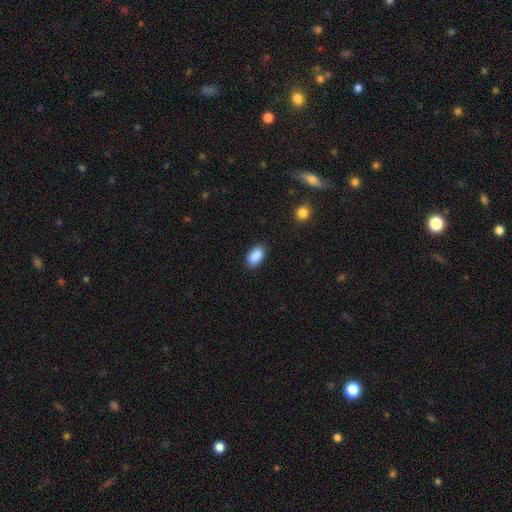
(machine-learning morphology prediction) smooth 90%, star or artifact 7%, featured or disk 3%. Down the decision tree: how rounded — in between (93%); merging — none (86%).